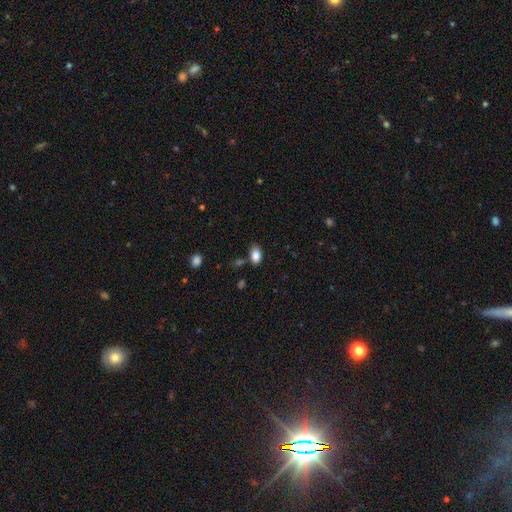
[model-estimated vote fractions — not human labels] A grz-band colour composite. It shows a smooth galaxy with no disk features (85%) that is in between round and cigar-shaped (87%). Merging: none (70%).